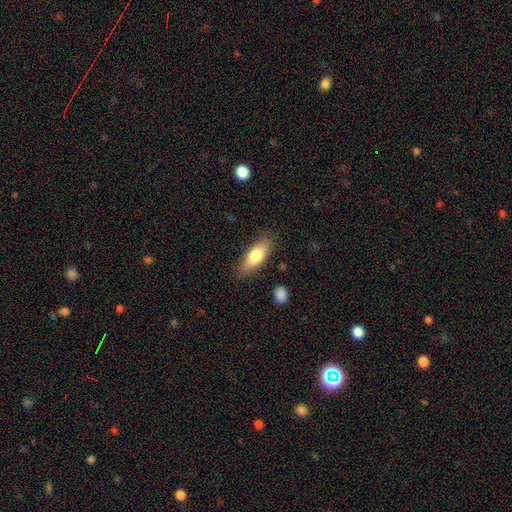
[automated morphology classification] Smooth or featured: smooth — 76% (featured or disk — 17%)
How rounded: in between — 72% (cigar-shaped — 26%)
Merging: none — 82% (minor disturbance — 13%)